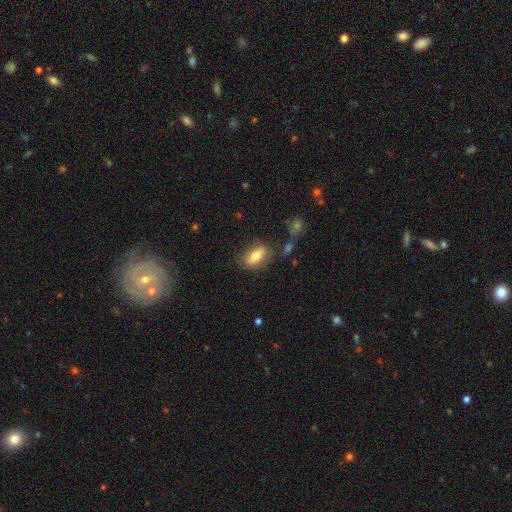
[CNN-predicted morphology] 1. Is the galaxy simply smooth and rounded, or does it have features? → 71% smooth, 22% featured or disk, 7% star or artifact.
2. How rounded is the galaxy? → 82% in between, 13% cigar-shaped, 6% round.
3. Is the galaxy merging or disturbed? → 71% none, 17% minor disturbance, 6% major disturbance, 6% merger.